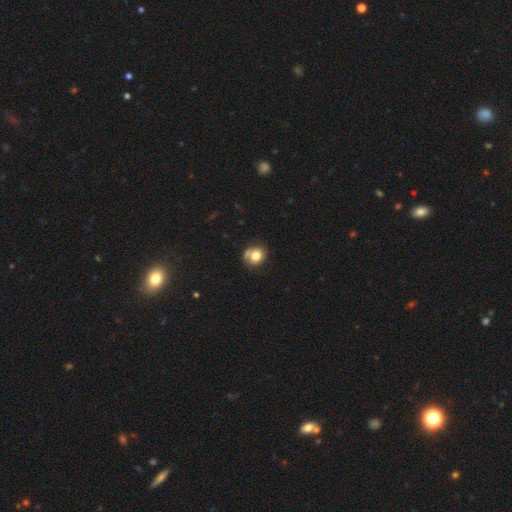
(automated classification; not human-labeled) Smooth or featured?
  - smooth: 75% *
  - featured or disk: 16%
  - star or artifact: 10%
How rounded?
  - round: 66% *
  - in between: 33%
  - cigar-shaped: 1%
Merging?
  - none: 56% *
  - minor disturbance: 25%
  - merger: 10%
  - major disturbance: 9%